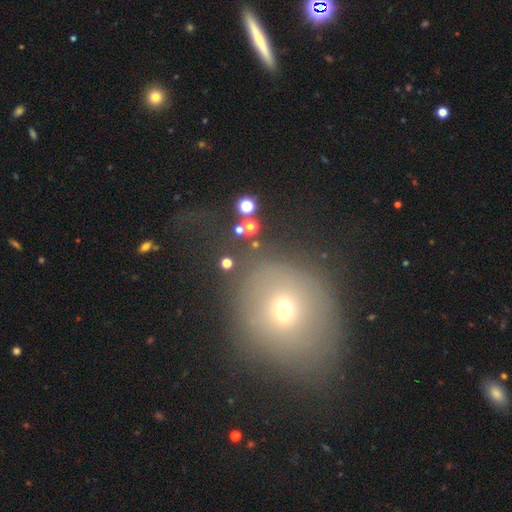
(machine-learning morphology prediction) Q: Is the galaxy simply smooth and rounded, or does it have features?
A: smooth — 59%.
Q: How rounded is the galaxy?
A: round — 66%.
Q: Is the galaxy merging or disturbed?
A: none — 57%.